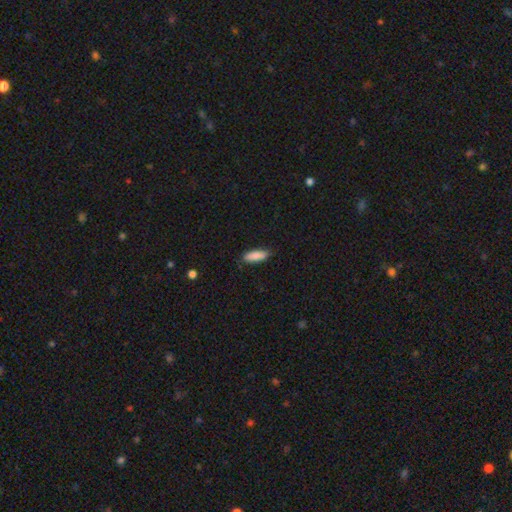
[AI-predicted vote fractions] smooth-or-featured: smooth: 86% | featured or disk: 8% | star or artifact: 6%
  how-rounded: in between: 59% | cigar-shaped: 39% | round: 2%
  merging: none: 84% | minor disturbance: 13% | major disturbance: 2% | merger: 1%